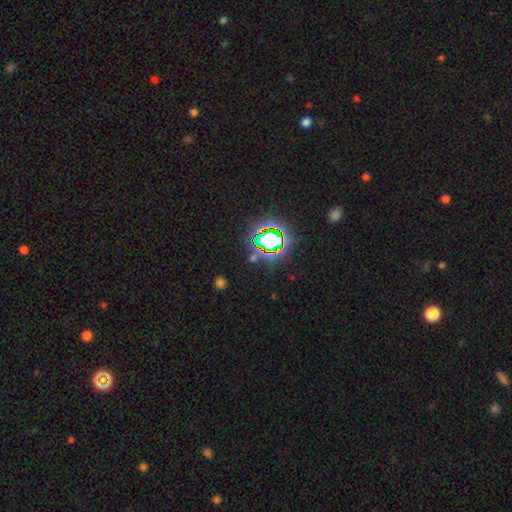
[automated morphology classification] The model was most divided on "smooth or featured": star or artifact: 73%, smooth: 18%, featured or disk: 9%.